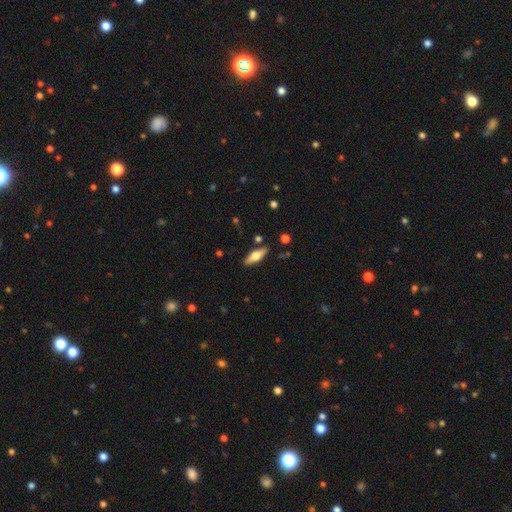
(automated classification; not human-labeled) Smooth or featured? Predicted: featured or disk (p=0.47, tied with smooth). Merging? Predicted: none (p=0.86).